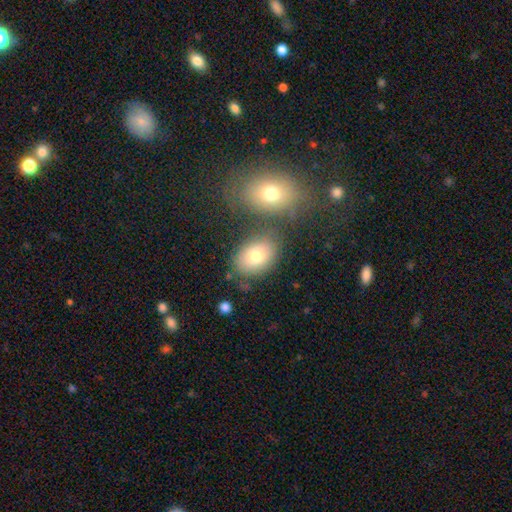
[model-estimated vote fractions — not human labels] The model was most divided on "merging": none: 69%, merger: 14%, minor disturbance: 13%, major disturbance: 5%. More confident: how rounded — in between (77%); smooth or featured — smooth (76%).